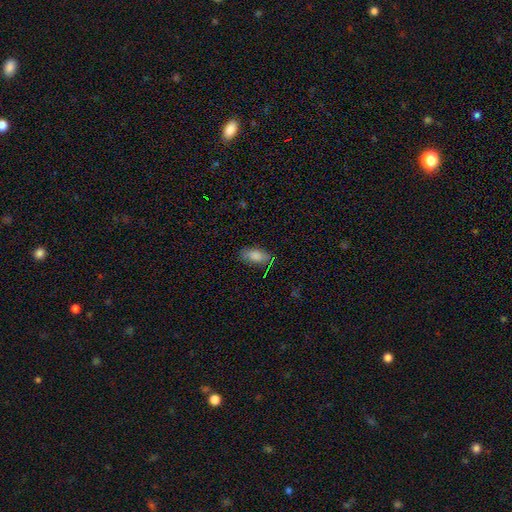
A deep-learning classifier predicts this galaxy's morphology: The model was most divided on "merging": none: 81%, minor disturbance: 15%, major disturbance: 3%, merger: 1%. More confident: how rounded — in between (90%); smooth or featured — smooth (82%).